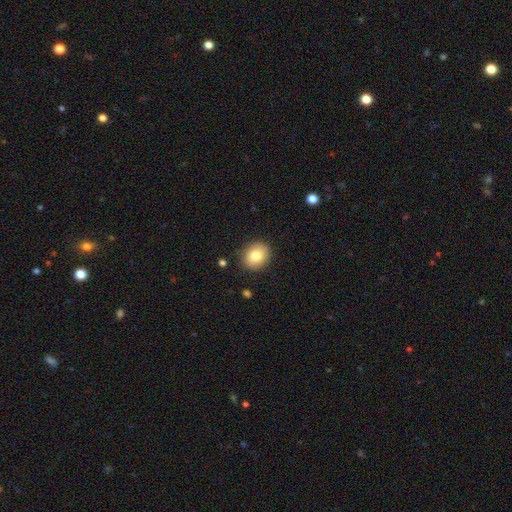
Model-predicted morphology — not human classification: The model was most divided on "how rounded": round: 59%, in between: 40%, cigar-shaped: 1%. More confident: merging — none (88%); smooth or featured — smooth (81%).